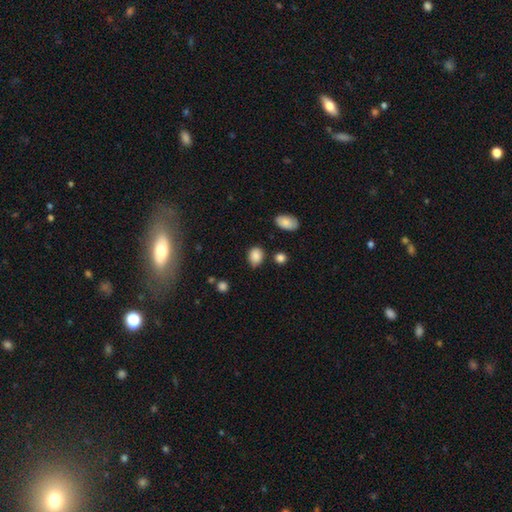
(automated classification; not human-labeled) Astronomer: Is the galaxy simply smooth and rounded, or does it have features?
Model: smooth — 86%.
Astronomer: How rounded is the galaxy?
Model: in between — 56% (runner-up: round, 43%).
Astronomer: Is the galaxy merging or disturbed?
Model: none — 70%.